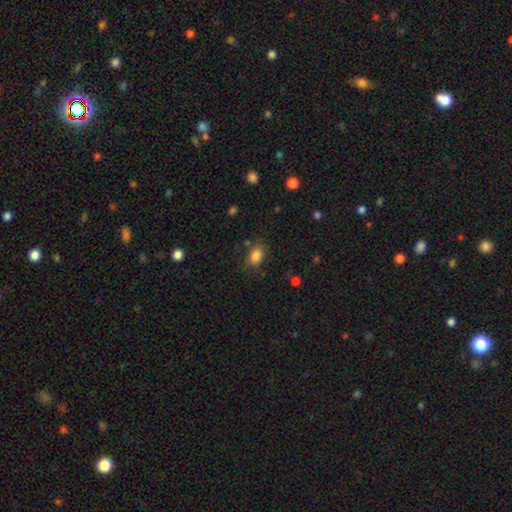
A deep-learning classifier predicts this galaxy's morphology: Smooth or featured? Predicted: smooth (p=0.84). How rounded? Predicted: in between (p=0.75). Merging? Predicted: none (p=0.77).